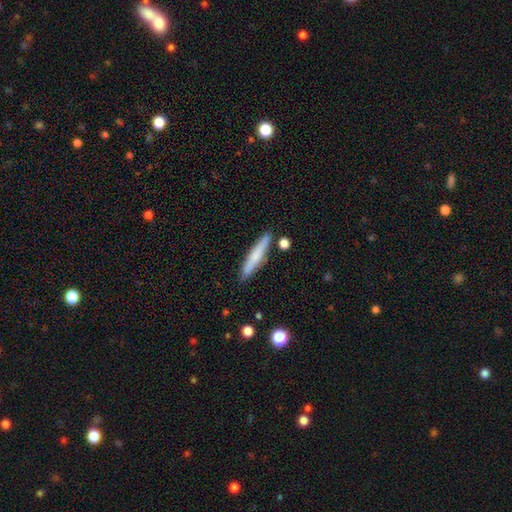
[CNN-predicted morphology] smooth-or-featured: smooth: 63% | featured or disk: 30% | star or artifact: 6%
  how-rounded: cigar-shaped: 92% | in between: 6% | round: 2%
  merging: none: 85% | minor disturbance: 9% | merger: 4% | major disturbance: 2%